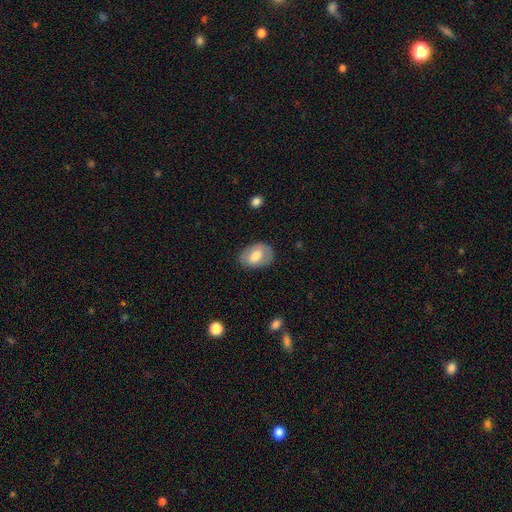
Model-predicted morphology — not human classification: smooth_or_featured: smooth (p=0.69) [alt: featured or disk p=0.24]
how_rounded: in between (p=0.83) [alt: round p=0.16]
merging: none (p=0.75) [alt: minor disturbance p=0.18]